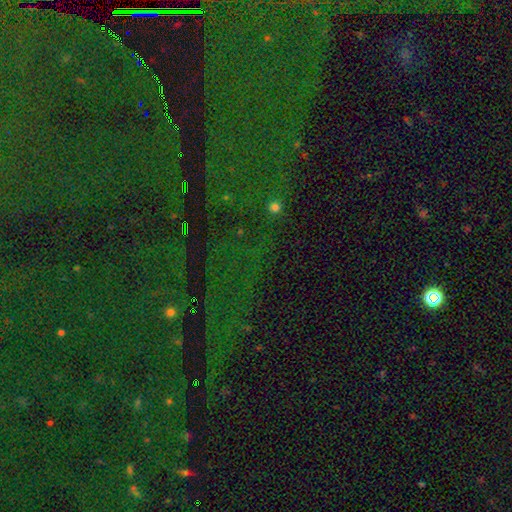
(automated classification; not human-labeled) Overall: star or artifact (80%).